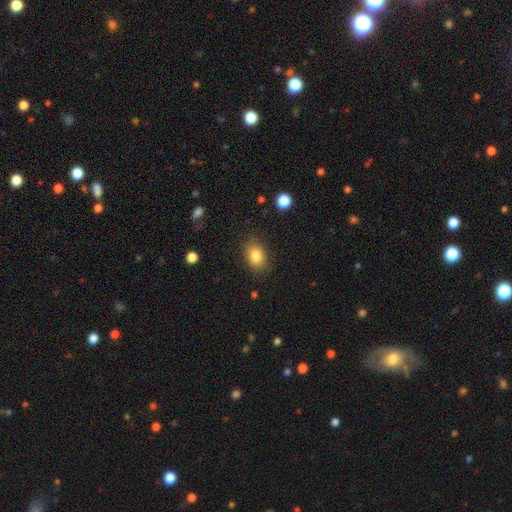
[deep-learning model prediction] Morphology: type=smooth (83%); roundness=in between (75%); merging=none (84%).